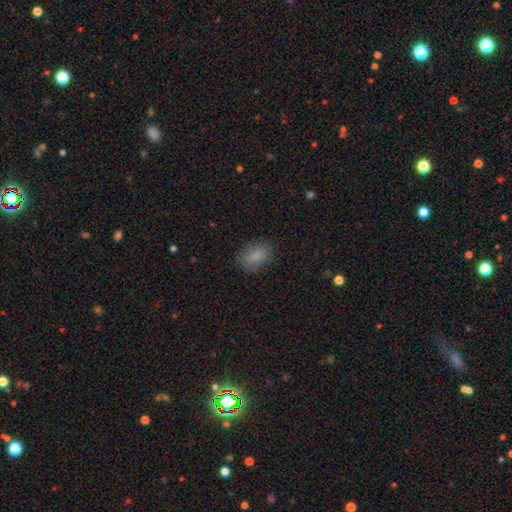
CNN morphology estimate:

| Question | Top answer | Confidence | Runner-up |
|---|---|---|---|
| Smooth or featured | smooth | 83% | featured or disk (9%) |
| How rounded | in between | 81% | round (17%) |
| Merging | none | 82% | minor disturbance (13%) |